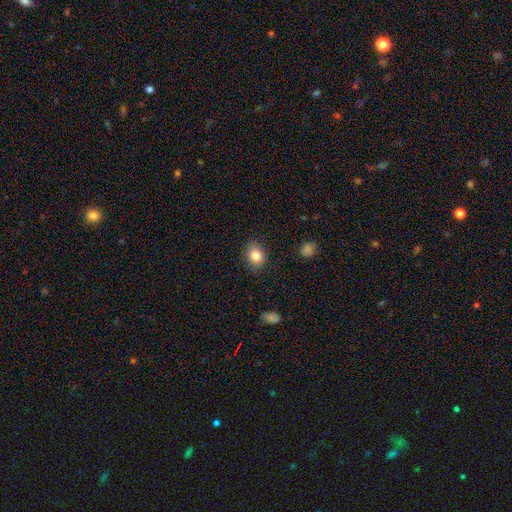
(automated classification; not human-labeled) smooth_or_featured: smooth (p=0.83) [alt: star or artifact p=0.09]
how_rounded: in between (p=0.56) [alt: round p=0.43]
merging: none (p=0.86) [alt: minor disturbance p=0.11]